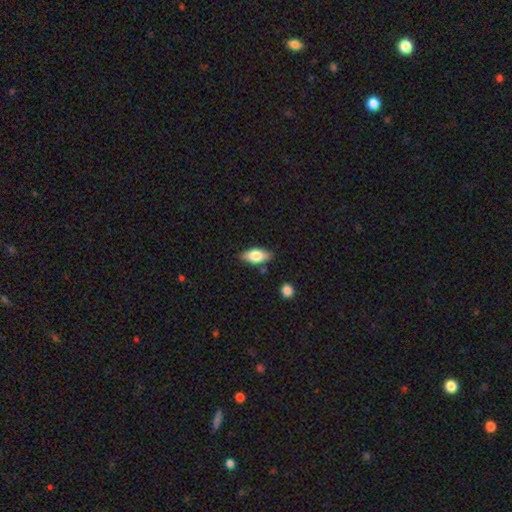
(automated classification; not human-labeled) Q: Smooth or featured?
A: smooth (71%); runner-up: featured or disk (22%)
Q: How rounded?
A: in between (85%); runner-up: cigar-shaped (11%)
Q: Merging?
A: none (80%); runner-up: minor disturbance (14%)